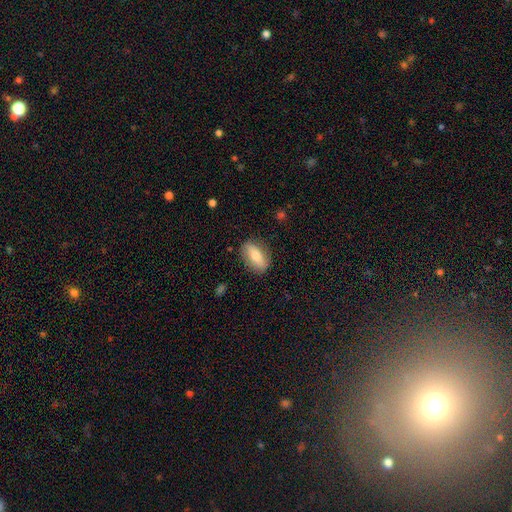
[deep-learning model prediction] Smooth or featured? Predicted: smooth (p=0.64). How rounded? Predicted: in between (p=0.82). Merging? Predicted: none (p=0.83).